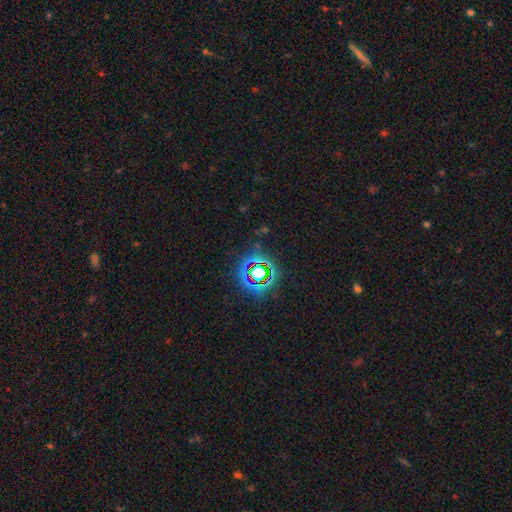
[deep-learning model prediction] Smooth or featured: star or artifact — 75% (smooth — 15%)